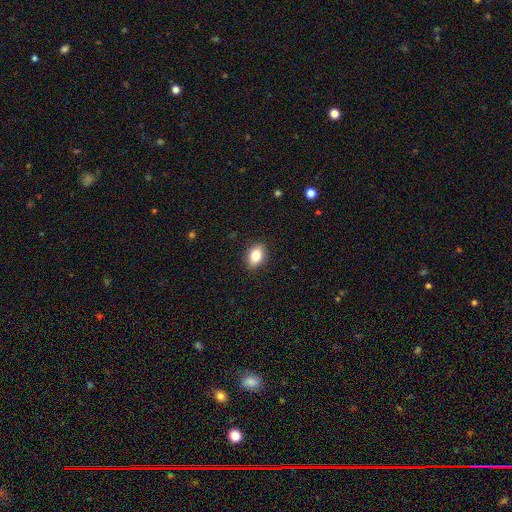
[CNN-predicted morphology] smooth-or-featured: smooth: 82% | featured or disk: 10% | star or artifact: 8%
  how-rounded: in between: 80% | round: 18% | cigar-shaped: 2%
  merging: none: 88% | minor disturbance: 9% | major disturbance: 2% | merger: 1%